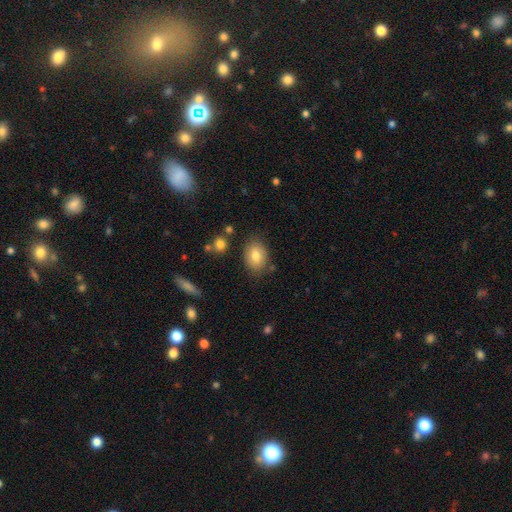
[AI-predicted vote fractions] This appears to be a smooth galaxy with no disk features (80%) that is in between round and cigar-shaped (75%). Merging: none (79%).